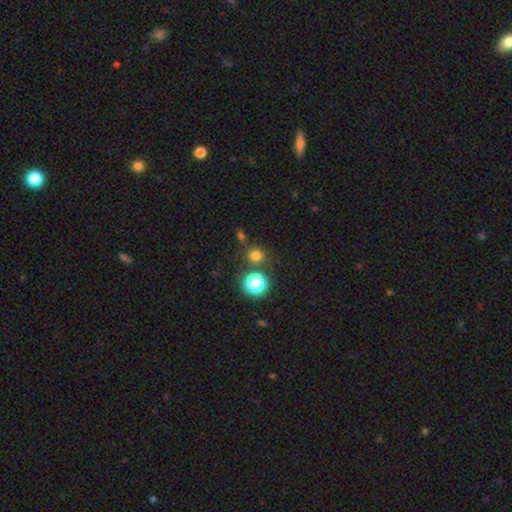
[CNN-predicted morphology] smooth-or-featured: smooth: 71% | star or artifact: 23% | featured or disk: 6%
  how-rounded: round: 87% | in between: 12% | cigar-shaped: 1%
  merging: none: 76% | merger: 10% | minor disturbance: 10% | major disturbance: 4%